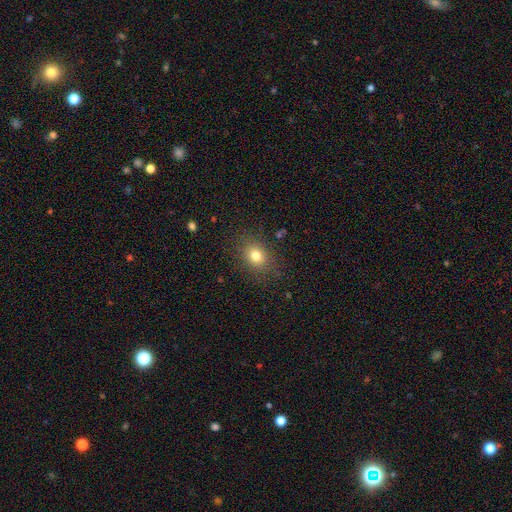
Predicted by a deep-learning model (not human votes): The model was most divided on "how rounded": in between: 53%, round: 46%, cigar-shaped: 1%. More confident: merging — none (85%); smooth or featured — smooth (79%).